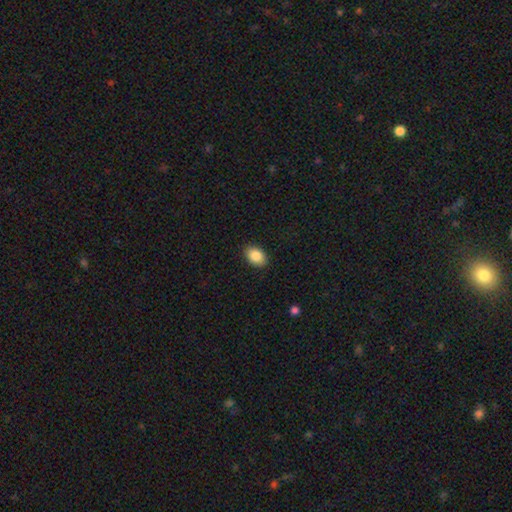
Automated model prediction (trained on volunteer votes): This appears to be a smooth galaxy with no disk features (87%) that is in between round and cigar-shaped (83%). Merging: none (89%).